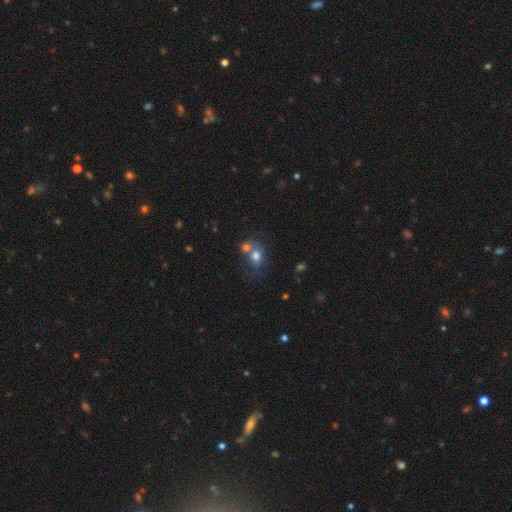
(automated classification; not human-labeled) This appears to be a smooth galaxy with no disk features (71%) that is round (51%). Merging: merger (52%).